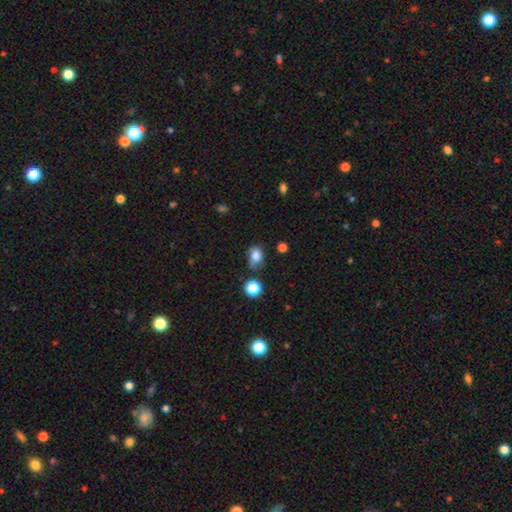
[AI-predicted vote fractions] A smooth galaxy with no disk features (83%) that is in between round and cigar-shaped (65%).

Vote fractions:
- Smooth or featured? smooth: 83% / star or artifact: 11% / featured or disk: 6%
- How rounded? in between: 65% / round: 34% / cigar-shaped: 1%
- Merging? none: 57% / minor disturbance: 29% / major disturbance: 8% / merger: 6%